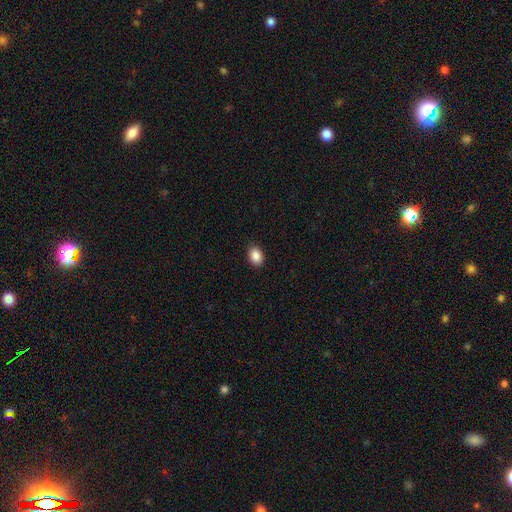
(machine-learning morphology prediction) A smooth galaxy with no disk features (88%) that is in between round and cigar-shaped (72%).

Vote fractions:
- Smooth or featured? smooth: 88% / star or artifact: 8% / featured or disk: 3%
- How rounded? in between: 72% / round: 27% / cigar-shaped: 1%
- Merging? none: 88% / minor disturbance: 9% / major disturbance: 2% / merger: 1%